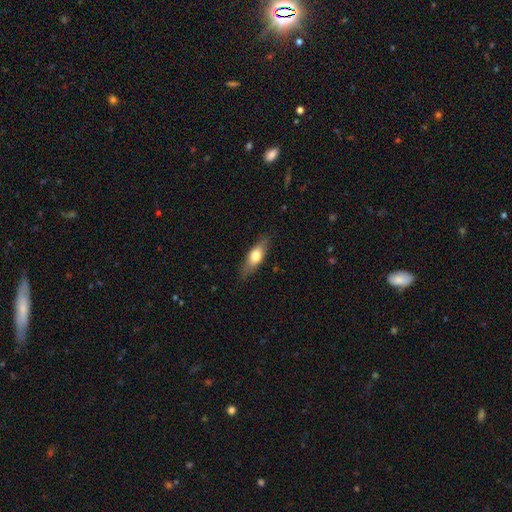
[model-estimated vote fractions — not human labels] smooth_or_featured: smooth (p=0.64) [alt: featured or disk p=0.30]
how_rounded: in between (p=0.63) [alt: cigar-shaped p=0.33]
merging: none (p=0.82) [alt: minor disturbance p=0.14]